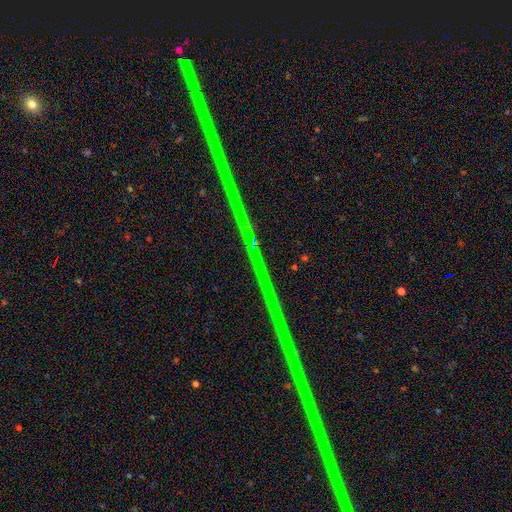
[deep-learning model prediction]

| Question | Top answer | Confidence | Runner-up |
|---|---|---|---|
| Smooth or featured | star or artifact | 90% | featured or disk (6%) |